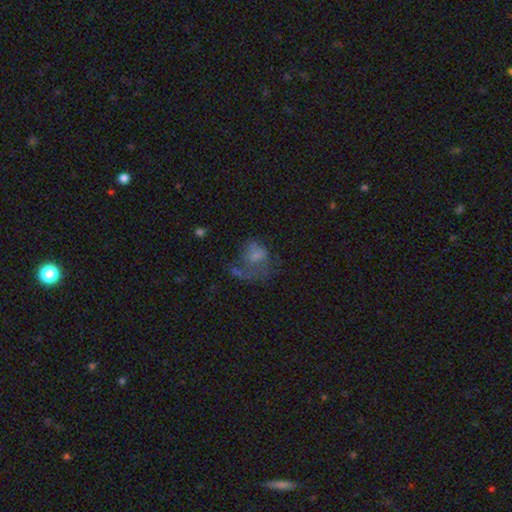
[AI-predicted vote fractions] Smooth or featured?
  - smooth: 44% *
  - featured or disk: 41%
  - star or artifact: 15%
Merging?
  - major disturbance: 51% *
  - none: 24%
  - minor disturbance: 16%
  - merger: 8%